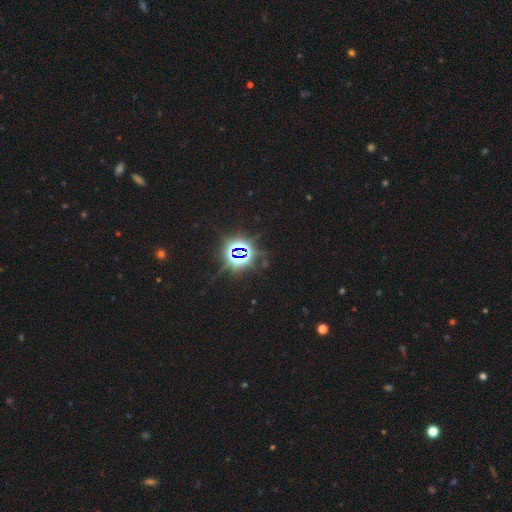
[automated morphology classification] Smooth or featured: star or artifact — 78% (smooth — 17%)